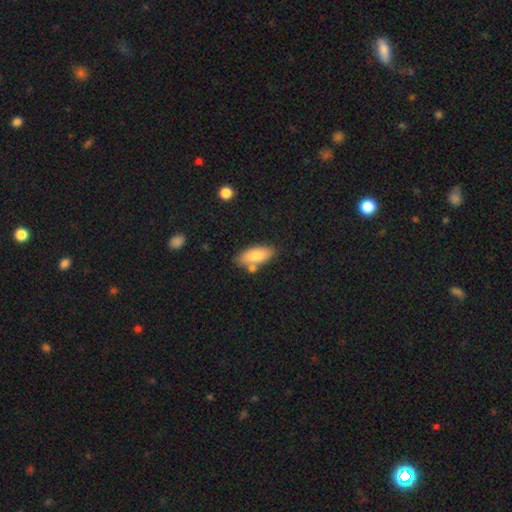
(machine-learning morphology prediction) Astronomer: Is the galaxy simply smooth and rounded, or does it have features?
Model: smooth — 77%.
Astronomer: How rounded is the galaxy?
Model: in between — 83%.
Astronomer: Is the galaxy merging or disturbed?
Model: none — 73%.